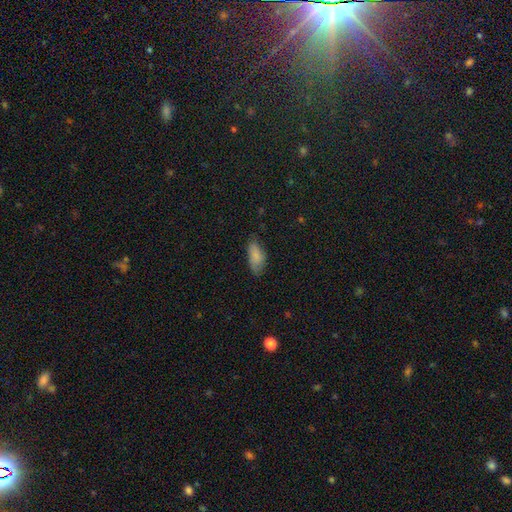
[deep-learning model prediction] This is clearly a smooth galaxy (84%). How rounded: clearly in between (86%). Merging: likely none (67%).